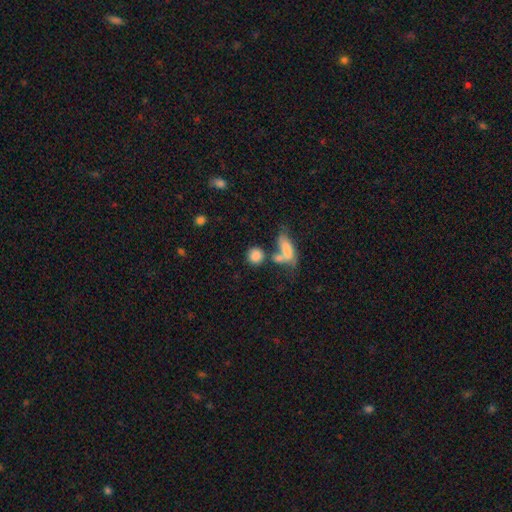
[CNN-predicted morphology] Smooth or featured: smooth — 82% (featured or disk — 9%)
How rounded: round — 73% (in between — 22%)
Merging: none — 48% (merger — 33%)